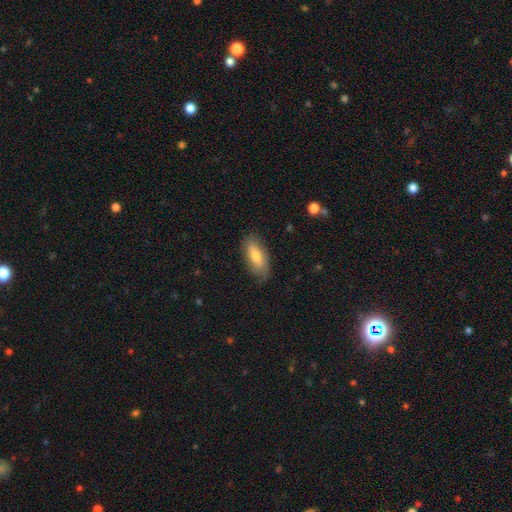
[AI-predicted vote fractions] smooth-or-featured: smooth: 71% | featured or disk: 23% | star or artifact: 7%
  how-rounded: in between: 80% | cigar-shaped: 17% | round: 3%
  merging: none: 80% | minor disturbance: 15% | major disturbance: 3% | merger: 1%